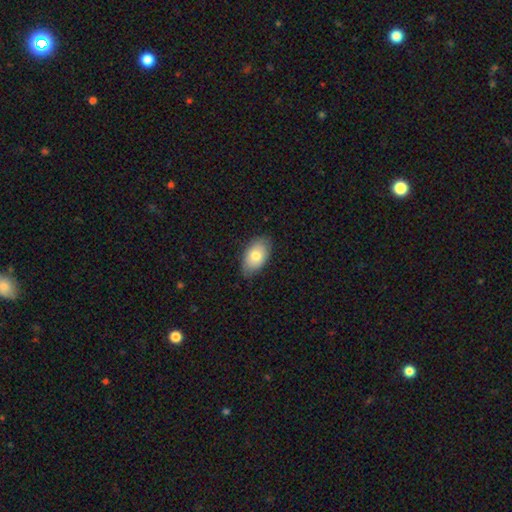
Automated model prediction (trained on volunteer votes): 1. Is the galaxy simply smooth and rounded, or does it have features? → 77% smooth, 16% featured or disk, 6% star or artifact.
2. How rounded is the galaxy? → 93% in between, 6% round, 2% cigar-shaped.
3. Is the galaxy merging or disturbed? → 81% none, 16% minor disturbance, 3% major disturbance, 1% merger.